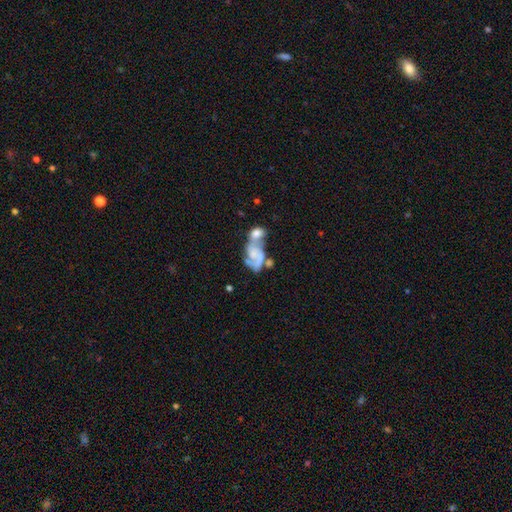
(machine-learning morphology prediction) featured or disk 72%, smooth 20%, star or artifact 8%. Down the decision tree: edge-on disk — no (97%); bar — no (70%); spiral arms — yes (80%); spiral arm count — 2 (67%); spiral winding — medium (42%); bulge size — none (41%); merging — merger (59%).